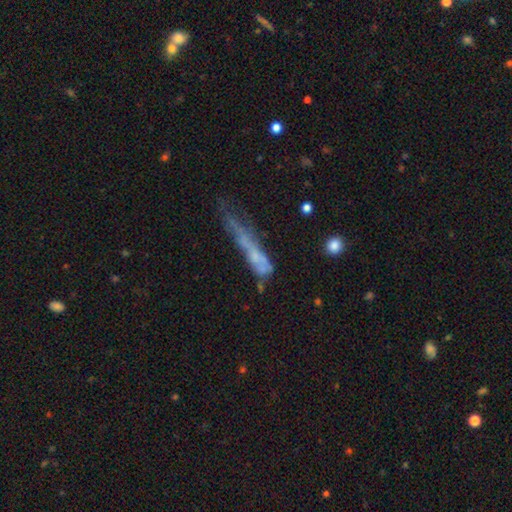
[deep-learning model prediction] This appears to be a featured or disk galaxy (45%). Merging: major disturbance (37%).